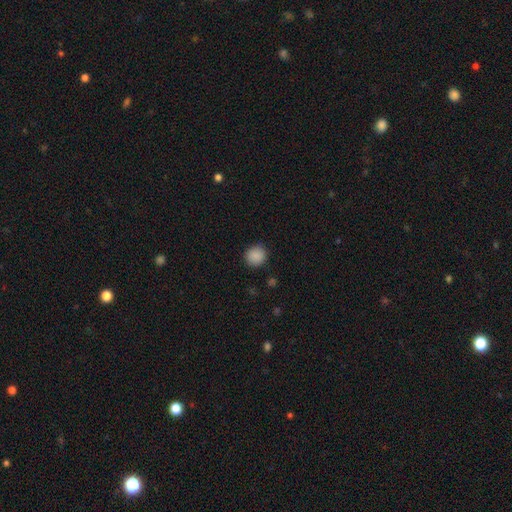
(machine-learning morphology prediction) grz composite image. It shows a smooth galaxy with no disk features (88%) that is round (88%). Merging: none (87%).